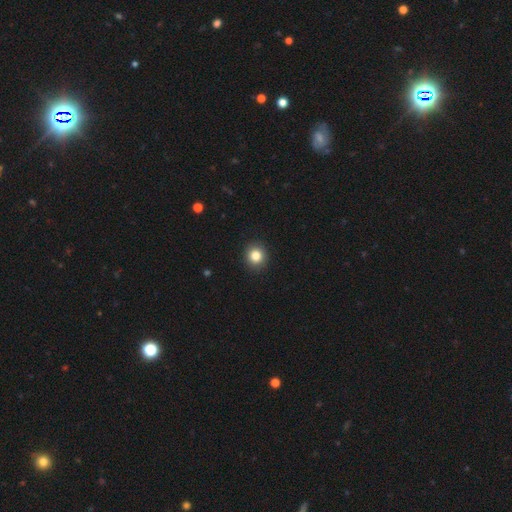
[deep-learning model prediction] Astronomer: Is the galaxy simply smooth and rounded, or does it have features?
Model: smooth — 83%.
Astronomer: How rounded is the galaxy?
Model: round — 89%.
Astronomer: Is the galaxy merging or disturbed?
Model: none — 92%.